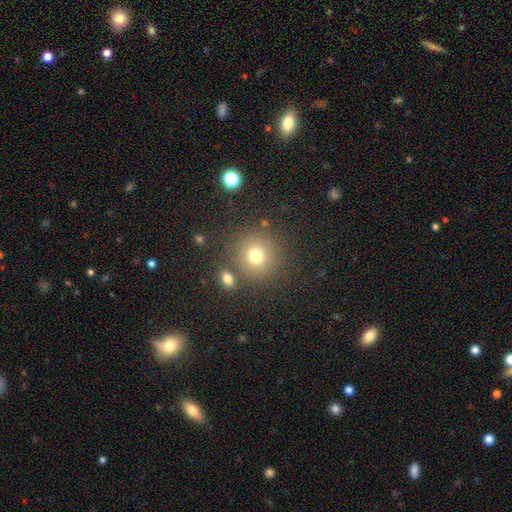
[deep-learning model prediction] Smooth or featured? Predicted: smooth (p=0.75). How rounded? Predicted: round (p=0.91). Merging? Predicted: none (p=0.80).